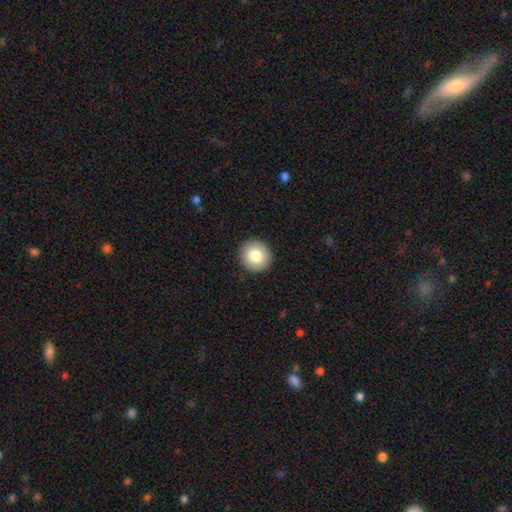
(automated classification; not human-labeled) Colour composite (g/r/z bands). It shows a smooth galaxy with no disk features (80%) that is round (93%). Merging: none (92%).